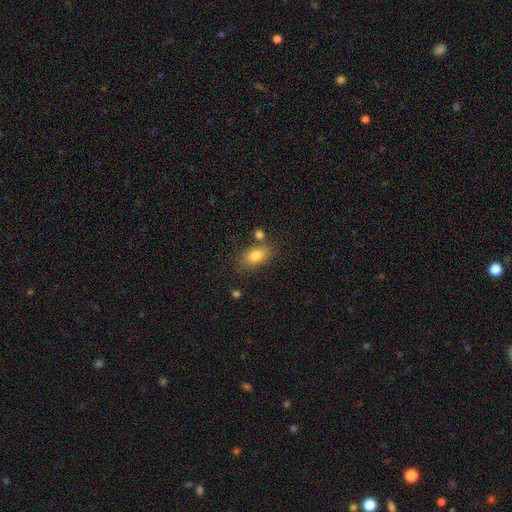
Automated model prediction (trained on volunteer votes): Smooth or featured: smooth — 81% (featured or disk — 11%)
How rounded: in between — 85% (round — 12%)
Merging: none — 69% (minor disturbance — 14%)